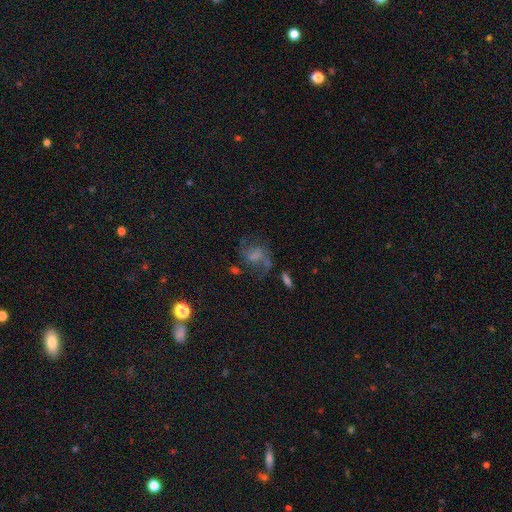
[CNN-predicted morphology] smooth_or_featured: featured or disk (p=0.50) [alt: smooth p=0.31]
merging: none (p=0.48) [alt: major disturbance p=0.25]